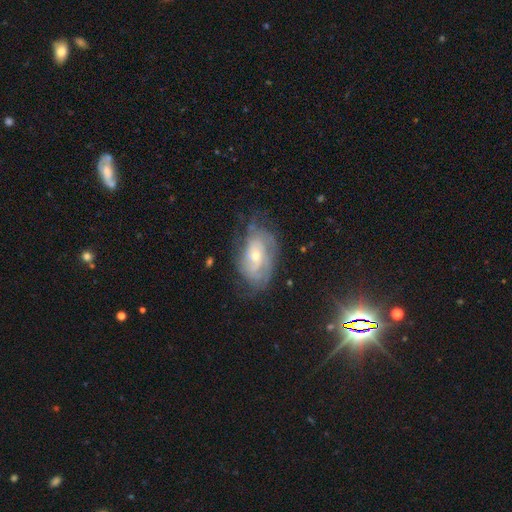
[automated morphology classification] The model was most divided on "bulge size": small: 58%, moderate: 37%, large: 2%, none: 1%, dominant: 1%. More confident: edge-on disk — no (95%); spiral arms — yes (82%); smooth or featured — featured or disk (73%); bar — no (68%); merging — none (60%); spiral winding — tight (57%); spiral arm count — can't tell (53%).